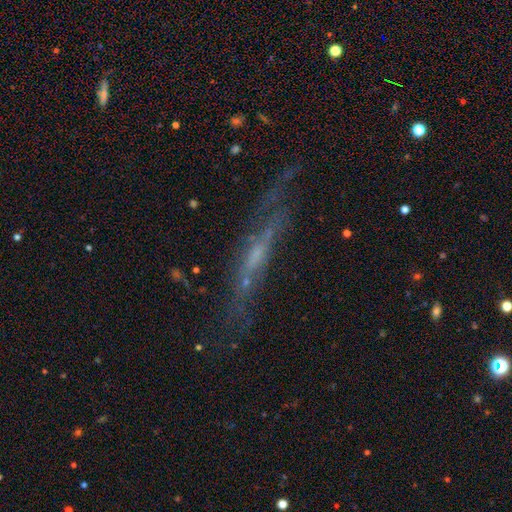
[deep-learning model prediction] Smooth or featured: featured or disk — 63% (smooth — 24%)
Edge-on disk: yes — 72% (no — 28%)
Merging: none — 59% (minor disturbance — 21%)